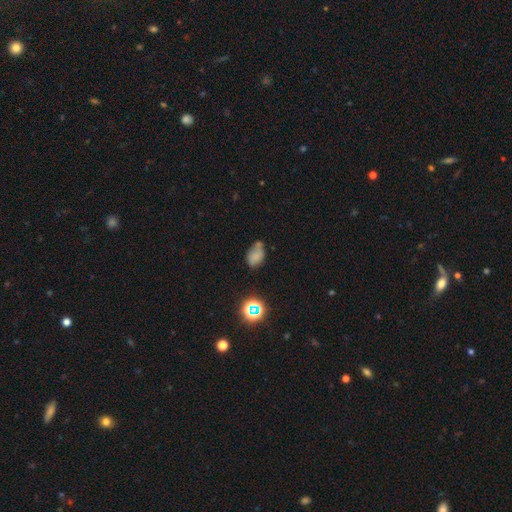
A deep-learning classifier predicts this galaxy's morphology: Smooth or featured?
  - smooth: 68% *
  - star or artifact: 18%
  - featured or disk: 14%
How rounded?
  - in between: 78% *
  - round: 20%
  - cigar-shaped: 1%
Merging?
  - none: 39% *
  - minor disturbance: 33%
  - merger: 16%
  - major disturbance: 12%